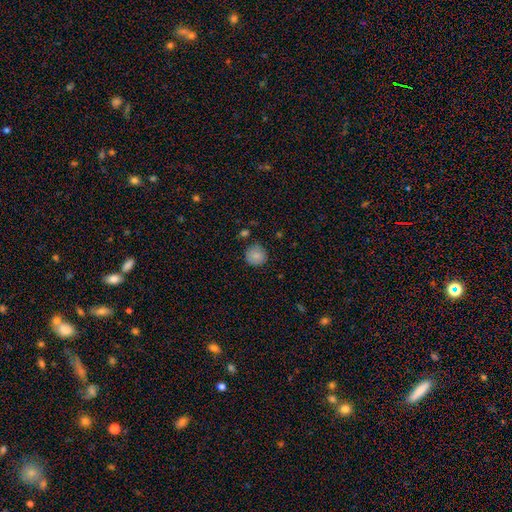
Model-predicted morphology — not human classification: The model was most divided on "merging": none: 83%, minor disturbance: 11%, merger: 3%, major disturbance: 3%. More confident: how rounded — round (93%); smooth or featured — smooth (86%).